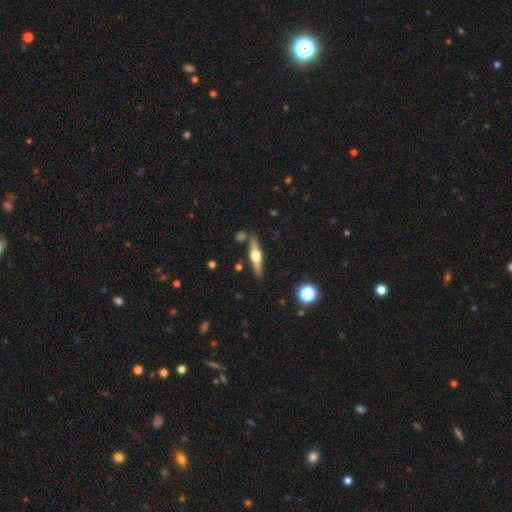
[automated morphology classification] smooth-or-featured: featured or disk: 69% | smooth: 24% | star or artifact: 6%
  disk-edge-on: yes: 96% | no: 4%
    edge-on-bulge: rounded: 94% | boxy: 4% | none: 2%
  merging: none: 83% | minor disturbance: 10% | merger: 5% | major disturbance: 2%